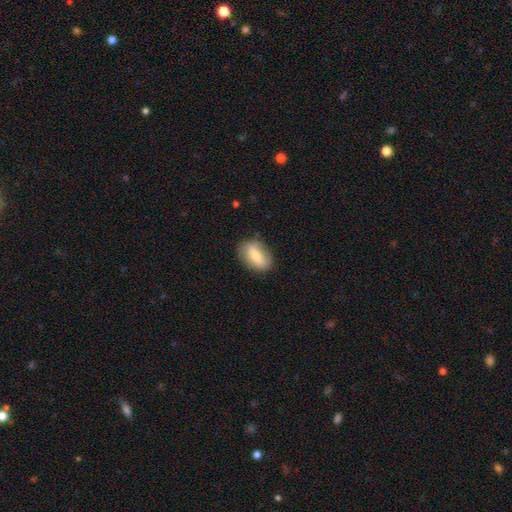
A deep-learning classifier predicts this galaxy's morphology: The model was most divided on "smooth or featured": smooth: 66%, featured or disk: 27%, star or artifact: 7%. More confident: how rounded — in between (84%); merging — none (81%).